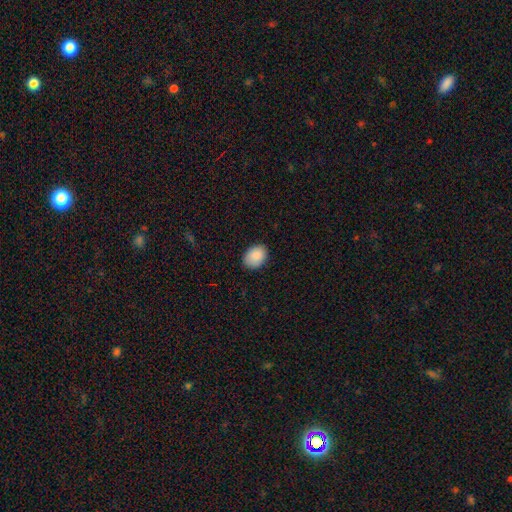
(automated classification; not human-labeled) Q: Smooth or featured?
A: smooth (89%); runner-up: star or artifact (7%)
Q: How rounded?
A: in between (67%); runner-up: round (32%)
Q: Merging?
A: none (83%); runner-up: minor disturbance (13%)